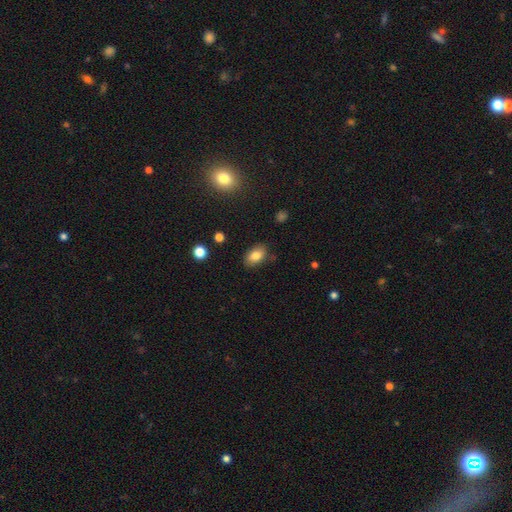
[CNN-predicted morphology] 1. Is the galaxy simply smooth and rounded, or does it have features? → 81% smooth, 9% featured or disk, 9% star or artifact.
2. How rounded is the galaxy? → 88% in between, 11% round, 2% cigar-shaped.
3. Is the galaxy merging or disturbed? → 82% none, 14% minor disturbance, 3% major disturbance, 2% merger.